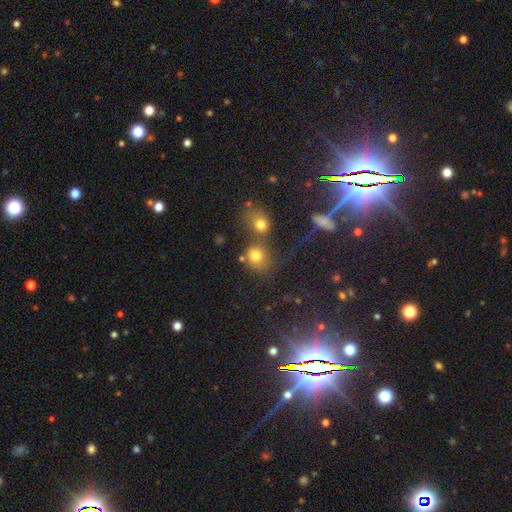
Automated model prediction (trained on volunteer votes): smooth_or_featured: smooth (p=0.72) [alt: star or artifact p=0.16]
how_rounded: round (p=0.75) [alt: in between p=0.23]
merging: merger (p=0.47) [alt: none p=0.35]